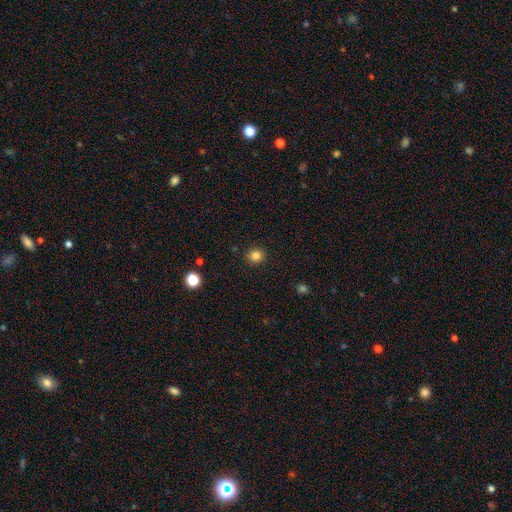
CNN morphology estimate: Q: Smooth or featured?
A: smooth (83%); runner-up: star or artifact (12%)
Q: How rounded?
A: round (86%); runner-up: in between (13%)
Q: Merging?
A: none (91%); runner-up: minor disturbance (6%)